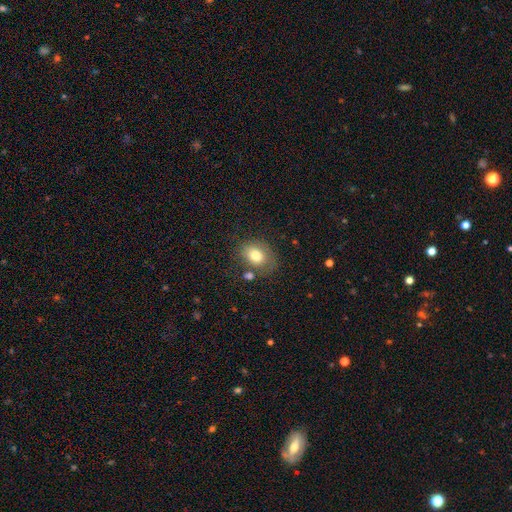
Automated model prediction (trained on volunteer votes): Smooth or featured?
  - smooth: 77% *
  - featured or disk: 13%
  - star or artifact: 9%
How rounded?
  - in between: 63% *
  - round: 36%
  - cigar-shaped: 1%
Merging?
  - none: 61% *
  - minor disturbance: 20%
  - merger: 9%
  - major disturbance: 9%